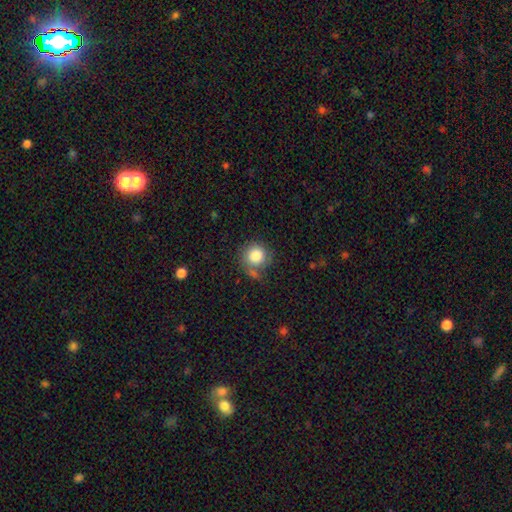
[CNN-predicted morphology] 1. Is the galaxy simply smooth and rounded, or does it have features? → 84% smooth, 8% star or artifact, 8% featured or disk.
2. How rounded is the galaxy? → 89% round, 10% in between, 1% cigar-shaped.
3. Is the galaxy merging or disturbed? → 60% none, 19% minor disturbance, 12% merger, 8% major disturbance.